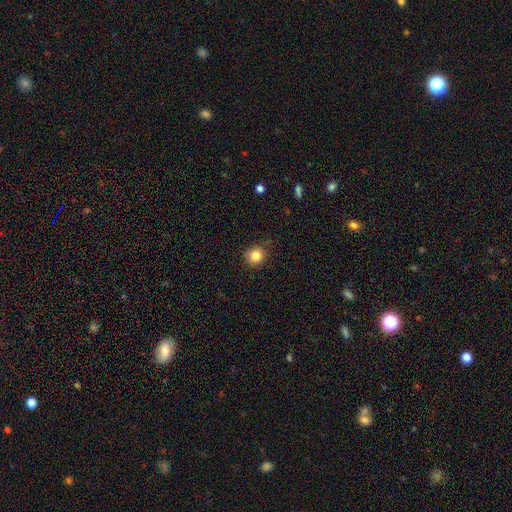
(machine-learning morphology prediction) The model was most divided on "merging": none: 81%, minor disturbance: 14%, major disturbance: 3%, merger: 1%. More confident: how rounded — round (87%); smooth or featured — smooth (84%).